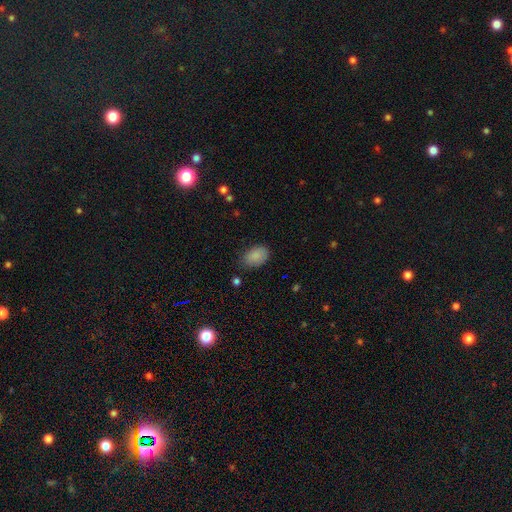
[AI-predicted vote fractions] Smooth or featured?
  - smooth: 87% *
  - star or artifact: 8%
  - featured or disk: 5%
How rounded?
  - in between: 88% *
  - round: 11%
  - cigar-shaped: 1%
Merging?
  - none: 75% *
  - minor disturbance: 19%
  - major disturbance: 4%
  - merger: 2%